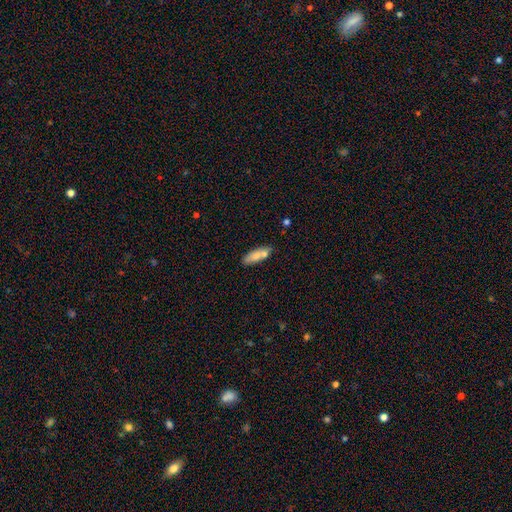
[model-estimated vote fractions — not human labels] Smooth or featured: smooth — 77% (featured or disk — 16%)
How rounded: in between — 55% (cigar-shaped — 43%)
Merging: none — 64% (merger — 17%)